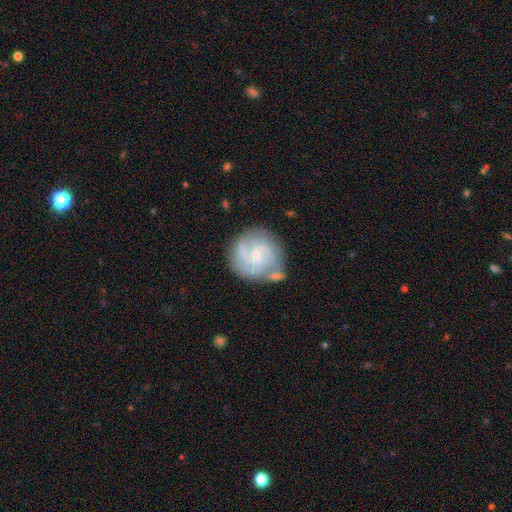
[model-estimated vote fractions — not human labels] A featured or disk galaxy (80%) with no bar (51%), 2 (36%) tight (45%) spiral arms (95%) and a small central bulge (75%). Merging: none (65%).